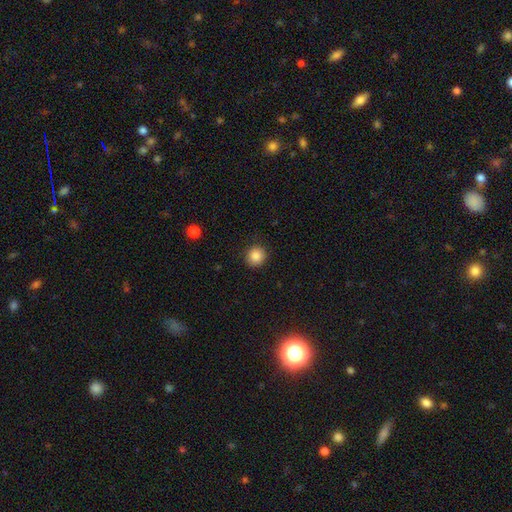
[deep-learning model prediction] Smooth or featured? Predicted: smooth (p=0.86). How rounded? Predicted: round (p=0.91). Merging? Predicted: none (p=0.90).